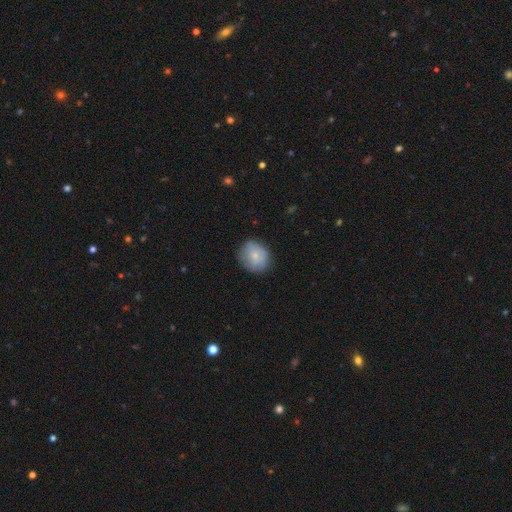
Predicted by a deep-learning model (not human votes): A smooth galaxy with no disk features (72%) that is round (74%). Merging: none (76%).